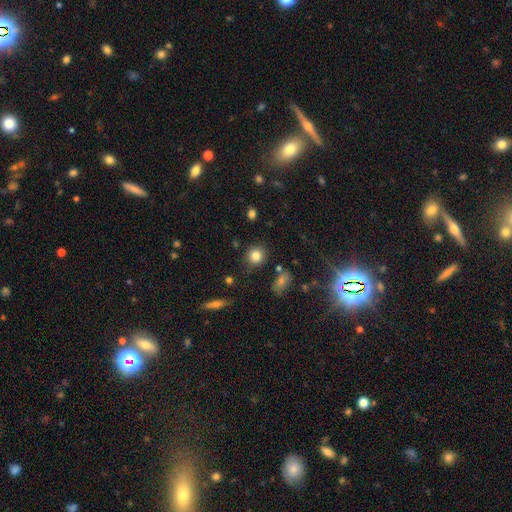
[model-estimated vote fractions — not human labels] This appears to be a smooth galaxy with no disk features (83%) that is round (88%). Merging: none (84%).